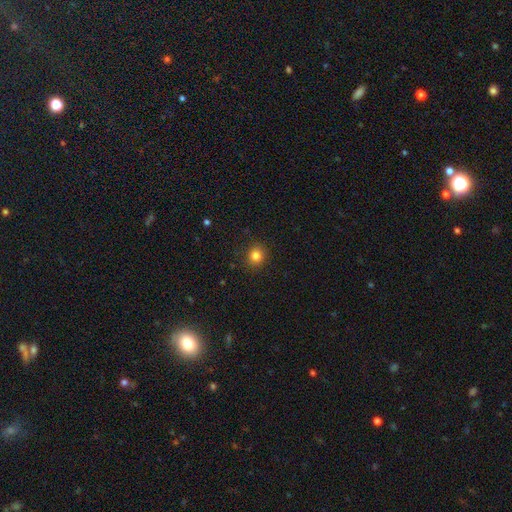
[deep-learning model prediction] Smooth or featured? smooth (82%)
How rounded? round (83%)
Merging? none (89%)